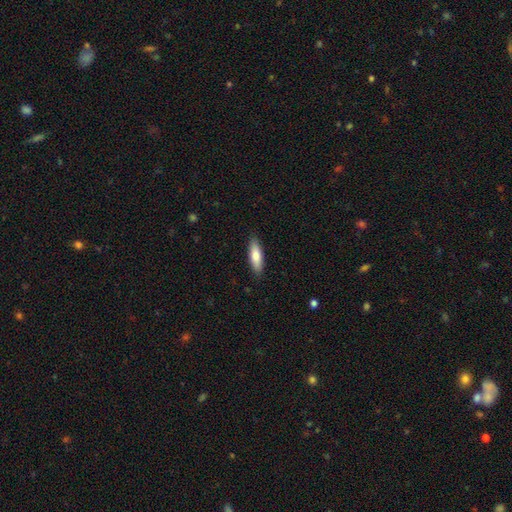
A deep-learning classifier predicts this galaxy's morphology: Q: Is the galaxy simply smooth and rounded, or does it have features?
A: smooth — 76%.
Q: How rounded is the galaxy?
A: cigar-shaped — 51%.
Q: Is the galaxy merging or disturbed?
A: none — 88%.